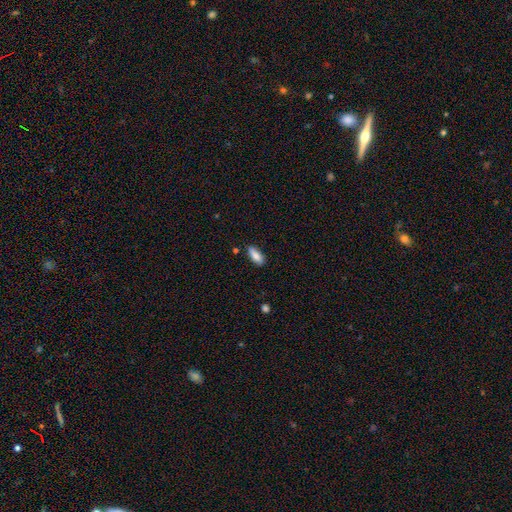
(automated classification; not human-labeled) A smooth galaxy with no disk features (82%) that is in between round and cigar-shaped (70%). Merging: none (81%).